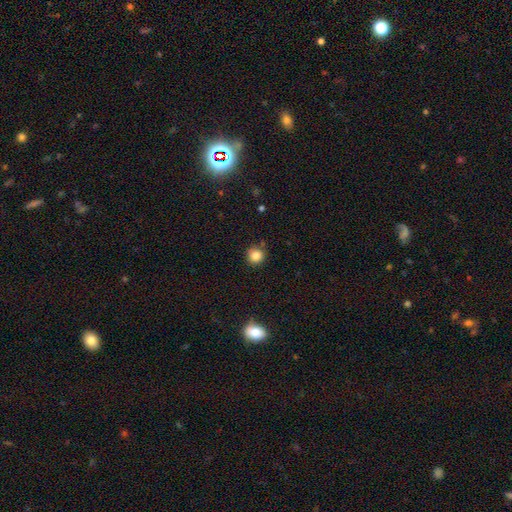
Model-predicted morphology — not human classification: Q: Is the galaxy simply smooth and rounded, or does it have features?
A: smooth — 84%.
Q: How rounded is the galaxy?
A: round — 93%.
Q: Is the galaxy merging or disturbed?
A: none — 86%.